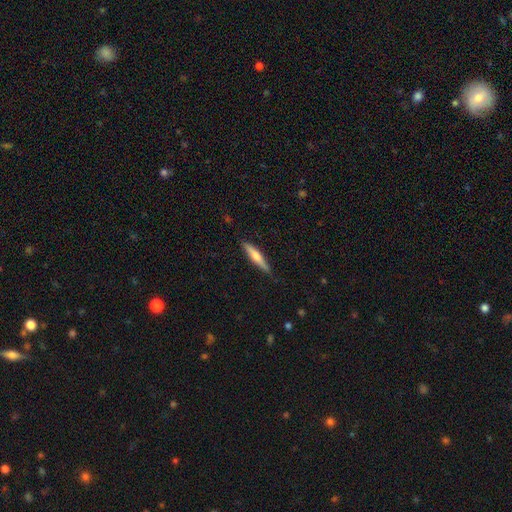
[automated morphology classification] The model was most divided on "smooth or featured": smooth: 50%, featured or disk: 45%, star or artifact: 6%. More confident: merging — none (85%).